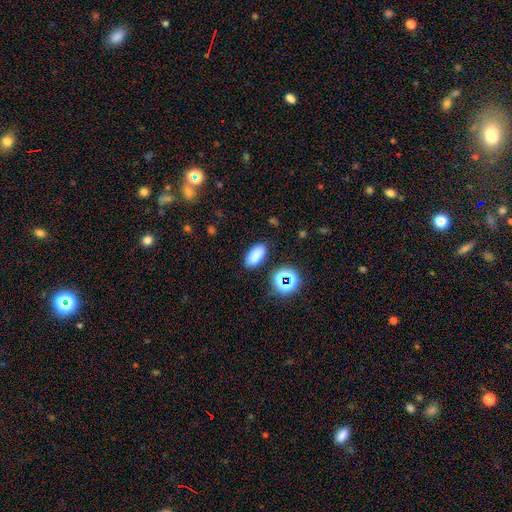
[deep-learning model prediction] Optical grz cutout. It shows a smooth galaxy with no disk features (80%) that is in between round and cigar-shaped (88%). Merging: none (84%).